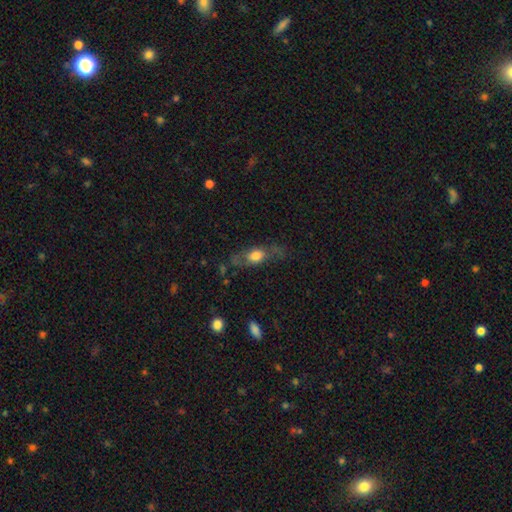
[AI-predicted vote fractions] smooth 56%, featured or disk 35%, star or artifact 9%. Down the decision tree: how rounded — in between (64%); merging — none (58%).